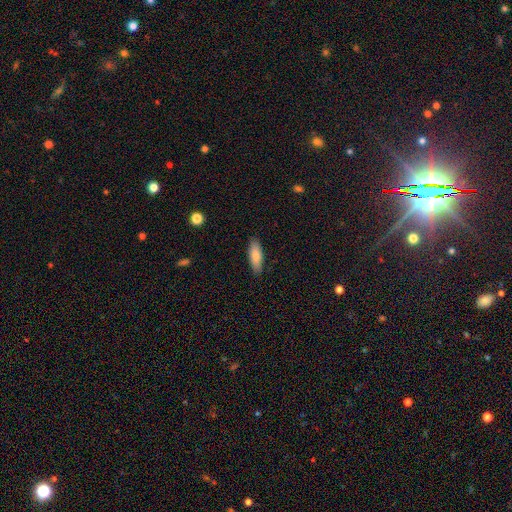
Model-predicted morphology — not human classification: The model was most divided on "how rounded": in between: 58%, cigar-shaped: 40%, round: 2%. More confident: merging — none (87%); smooth or featured — smooth (82%).